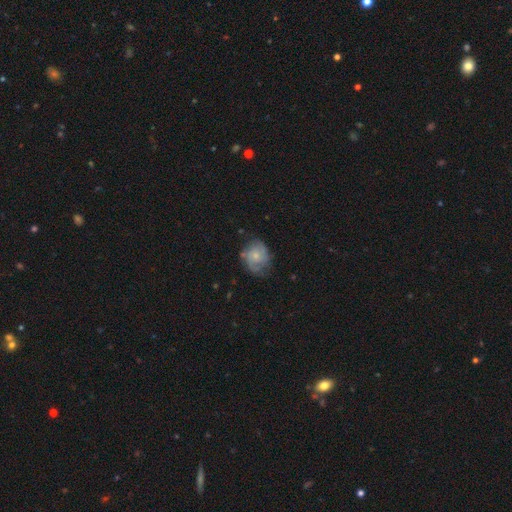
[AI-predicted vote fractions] A featured or disk galaxy (52%) with no bar (80%), spiral arms (77%) and a small central bulge (57%). Merging: none (56%).